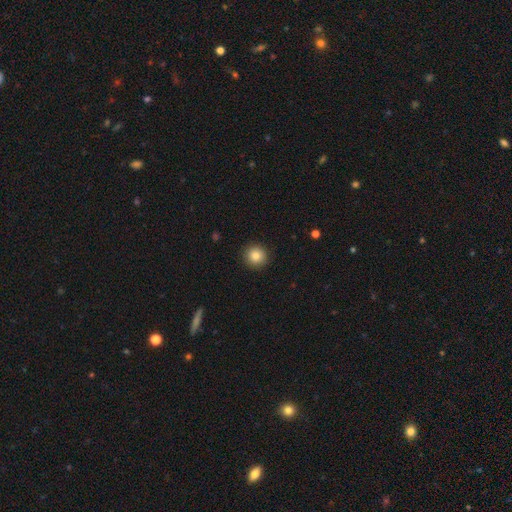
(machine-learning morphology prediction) Smooth or featured? smooth (86%)
How rounded? round (93%)
Merging? none (92%)